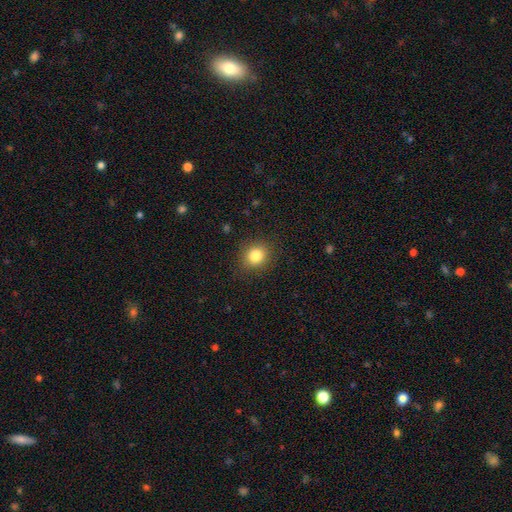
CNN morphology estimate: Smooth or featured?
  - smooth: 83% *
  - star or artifact: 11%
  - featured or disk: 6%
How rounded?
  - round: 81% *
  - in between: 18%
  - cigar-shaped: 1%
Merging?
  - none: 88% *
  - minor disturbance: 8%
  - major disturbance: 3%
  - merger: 1%